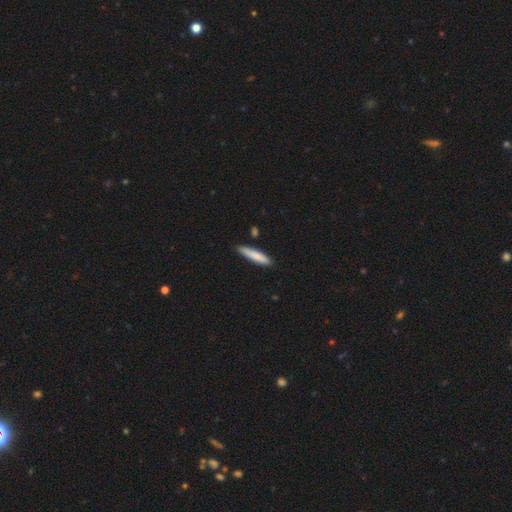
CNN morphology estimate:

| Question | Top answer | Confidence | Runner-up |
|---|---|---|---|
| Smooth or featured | smooth | 80% | featured or disk (14%) |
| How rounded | cigar-shaped | 87% | in between (11%) |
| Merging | none | 86% | minor disturbance (10%) |